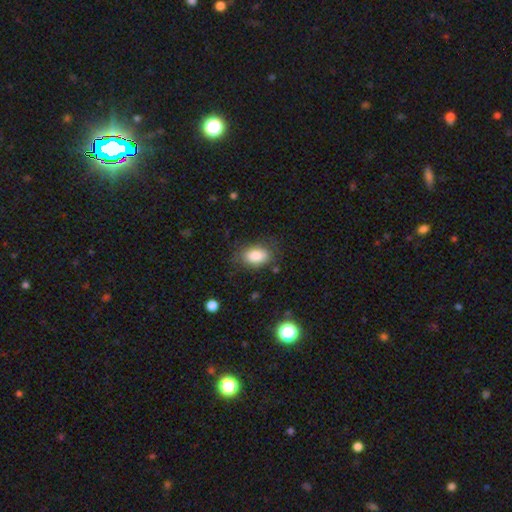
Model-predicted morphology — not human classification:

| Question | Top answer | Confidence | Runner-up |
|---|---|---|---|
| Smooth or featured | smooth | 84% | star or artifact (8%) |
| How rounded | in between | 88% | round (10%) |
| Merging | none | 75% | minor disturbance (17%) |